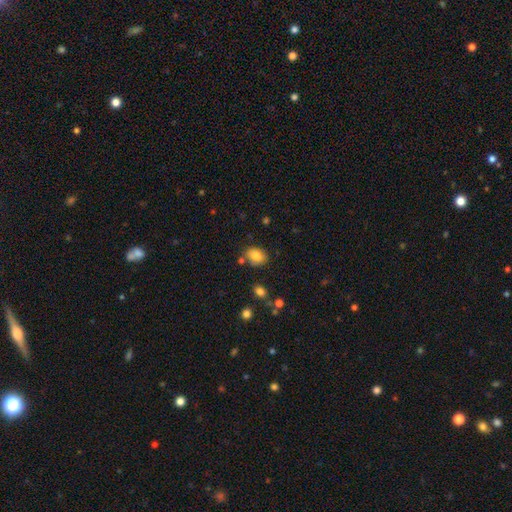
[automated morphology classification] type=smooth (81%); roundness=in between (62%); merging=none (77%).